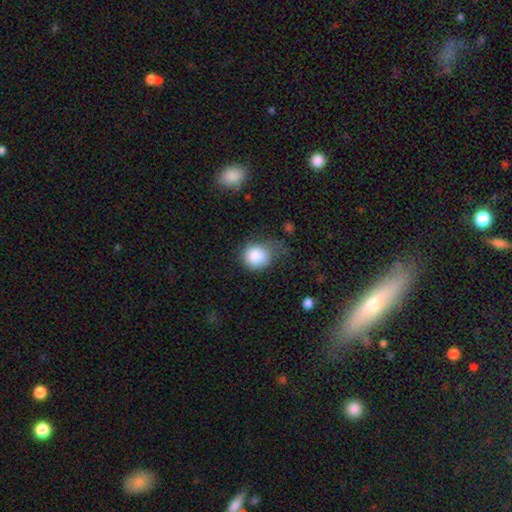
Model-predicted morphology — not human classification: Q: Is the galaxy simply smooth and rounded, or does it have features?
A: smooth — 85%.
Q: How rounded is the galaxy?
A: round — 74%.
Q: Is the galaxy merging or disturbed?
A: none — 38%.